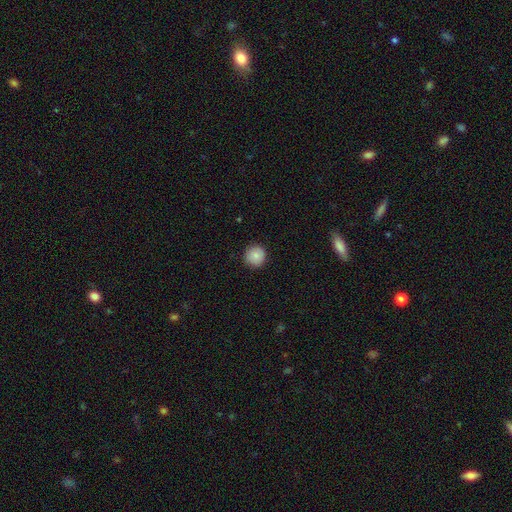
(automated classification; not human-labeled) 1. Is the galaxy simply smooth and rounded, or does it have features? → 86% smooth, 8% star or artifact, 6% featured or disk.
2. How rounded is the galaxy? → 95% round, 4% in between, 1% cigar-shaped.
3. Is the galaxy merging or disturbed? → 90% none, 7% minor disturbance, 2% major disturbance, 1% merger.